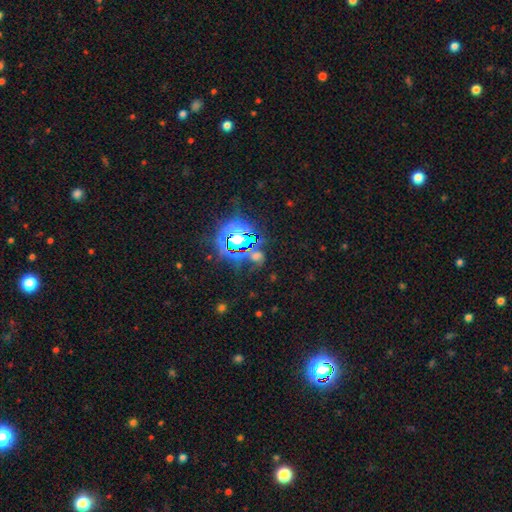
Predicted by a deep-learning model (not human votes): This is likely a star or artifact rather than a galaxy (66%).